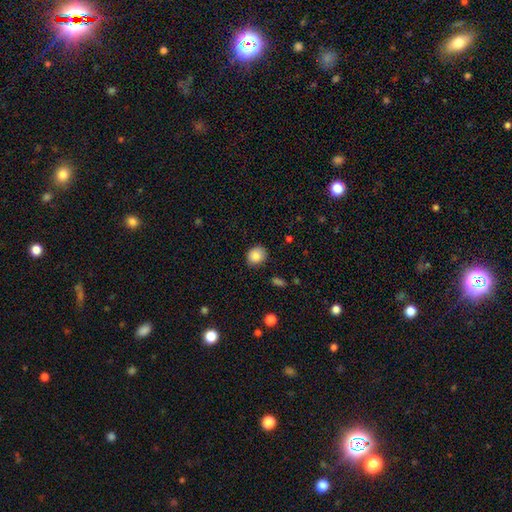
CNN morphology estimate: smooth-or-featured: smooth: 86% | star or artifact: 8% | featured or disk: 6%
  how-rounded: round: 68% | in between: 31% | cigar-shaped: 1%
  merging: none: 85% | minor disturbance: 11% | major disturbance: 2% | merger: 1%